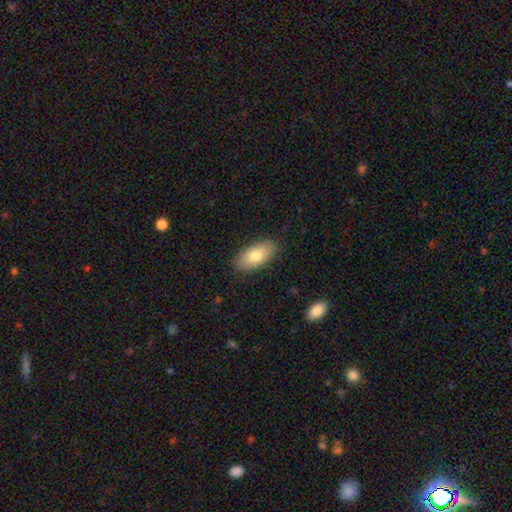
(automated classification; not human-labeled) This is likely a smooth galaxy (77%). How rounded: clearly in between (91%). Merging: clearly none (87%).